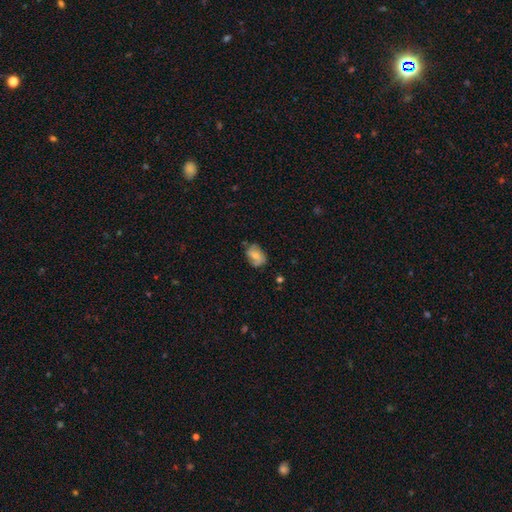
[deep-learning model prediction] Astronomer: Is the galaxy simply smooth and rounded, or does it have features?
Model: smooth — 55% (runner-up: featured or disk, 37%).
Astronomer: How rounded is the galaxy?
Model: in between — 76%.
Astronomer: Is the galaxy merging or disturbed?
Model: none — 59%.